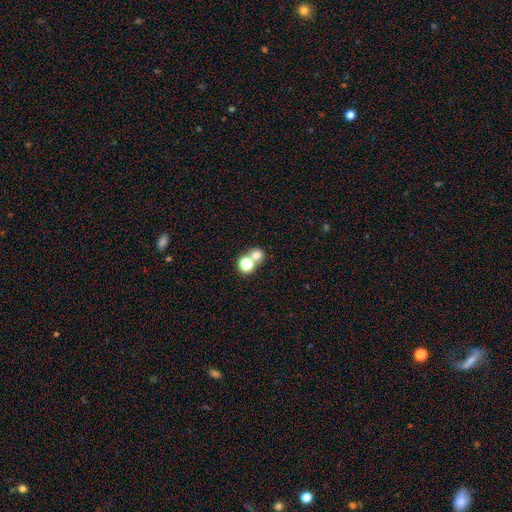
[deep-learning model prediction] A smooth galaxy with no disk features (71%) that is round (79%).

Vote fractions:
- Smooth or featured? smooth: 71% / star or artifact: 18% / featured or disk: 11%
- How rounded? round: 79% / in between: 20% / cigar-shaped: 1%
- Merging? merger: 46% / none: 45% / minor disturbance: 6% / major disturbance: 4%